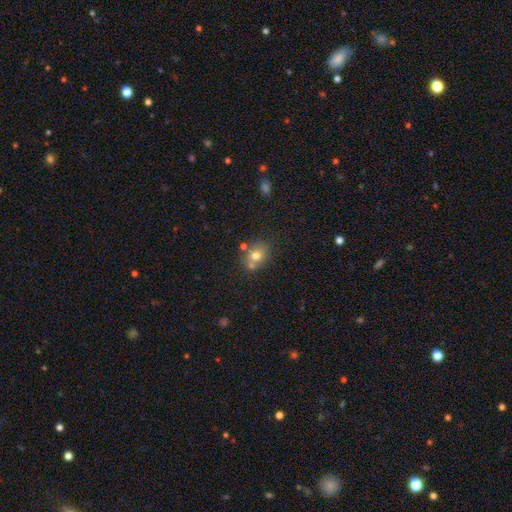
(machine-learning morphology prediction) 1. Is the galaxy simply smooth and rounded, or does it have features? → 71% smooth, 16% featured or disk, 13% star or artifact.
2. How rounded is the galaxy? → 63% round, 36% in between, 1% cigar-shaped.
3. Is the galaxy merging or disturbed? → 58% none, 24% merger, 14% minor disturbance, 4% major disturbance.